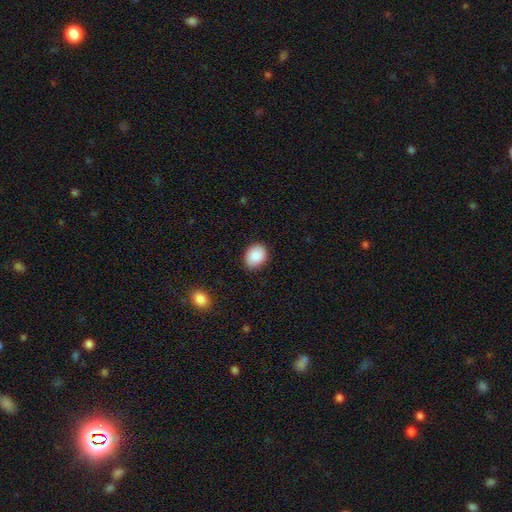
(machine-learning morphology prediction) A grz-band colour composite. It shows a smooth galaxy with no disk features (88%) that is round (50%). Merging: none (85%).